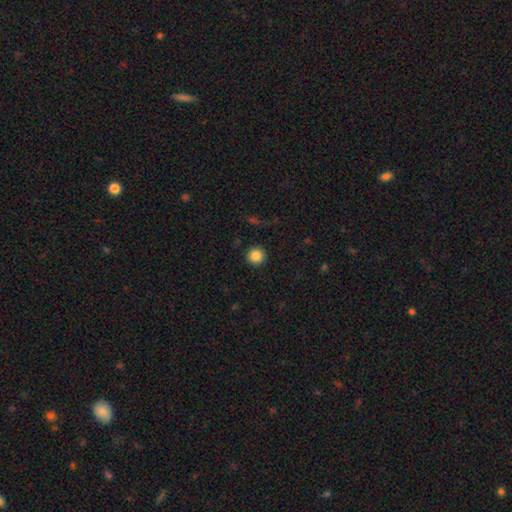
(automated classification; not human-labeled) Smooth or featured?
  - smooth: 85% *
  - star or artifact: 10%
  - featured or disk: 5%
How rounded?
  - round: 96% *
  - in between: 3%
  - cigar-shaped: 1%
Merging?
  - none: 92% *
  - minor disturbance: 5%
  - major disturbance: 2%
  - merger: 1%